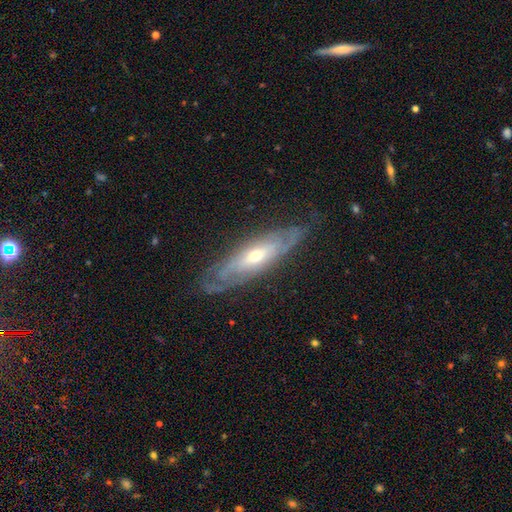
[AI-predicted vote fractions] Smooth or featured? Predicted: featured or disk (p=0.75). Edge-on disk? Predicted: no (p=0.67). Merging? Predicted: none (p=0.74).